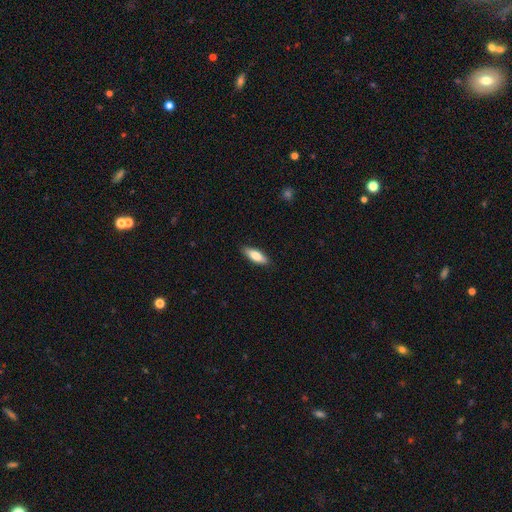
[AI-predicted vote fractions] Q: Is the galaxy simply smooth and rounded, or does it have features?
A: smooth — 76%.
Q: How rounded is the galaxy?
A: in between — 58%.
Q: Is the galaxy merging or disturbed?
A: none — 88%.